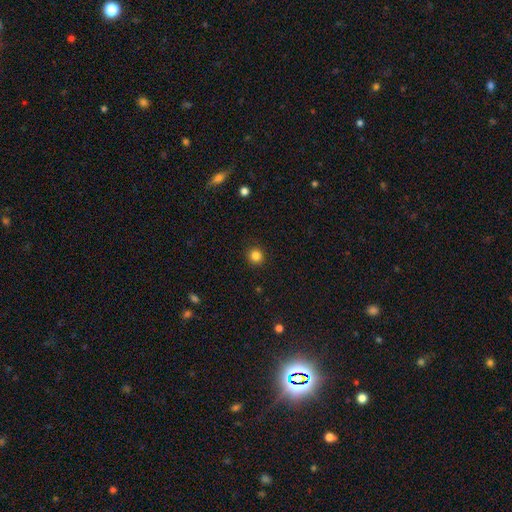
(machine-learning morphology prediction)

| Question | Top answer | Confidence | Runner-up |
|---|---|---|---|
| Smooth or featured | smooth | 84% | star or artifact (12%) |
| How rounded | round | 93% | in between (6%) |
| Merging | none | 92% | minor disturbance (5%) |